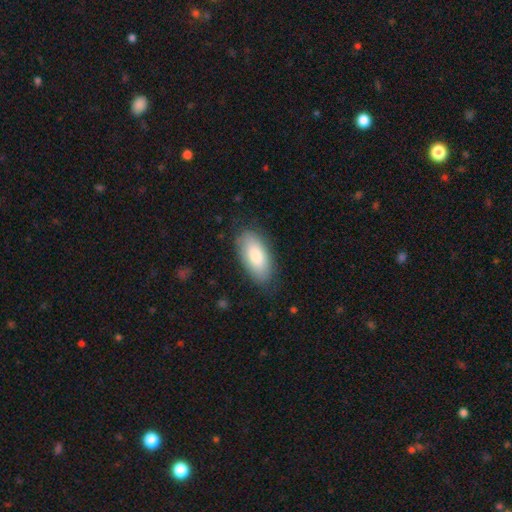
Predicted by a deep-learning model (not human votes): This appears to be a smooth galaxy with no disk features (80%) that is in between round and cigar-shaped (91%). Merging: none (81%).